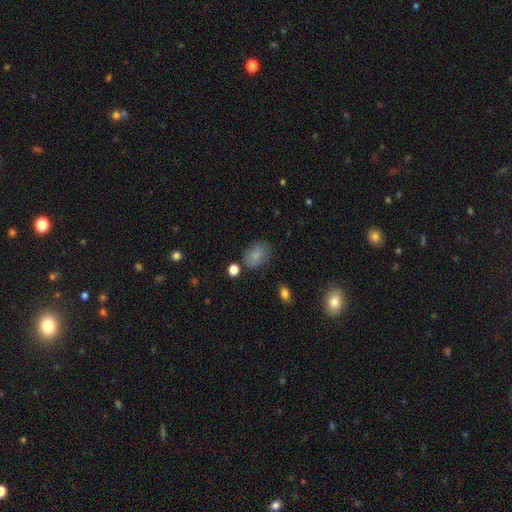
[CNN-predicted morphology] smooth_or_featured: smooth (p=0.83) [alt: star or artifact p=0.09]
how_rounded: in between (p=0.74) [alt: round p=0.25]
merging: none (p=0.74) [alt: minor disturbance p=0.18]